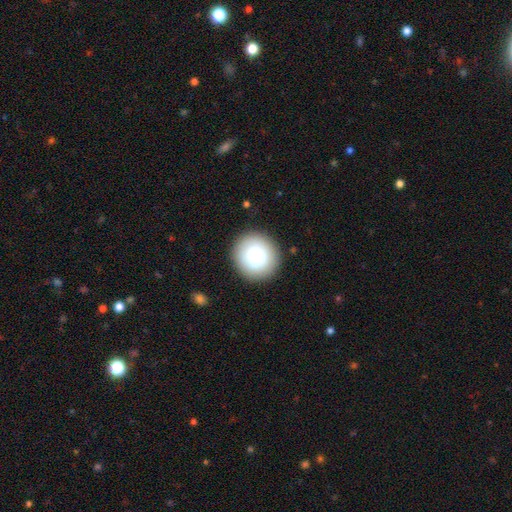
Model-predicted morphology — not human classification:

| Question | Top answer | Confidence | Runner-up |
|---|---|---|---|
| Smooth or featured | smooth | 75% | featured or disk (14%) |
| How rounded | round | 92% | in between (7%) |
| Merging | none | 89% | minor disturbance (7%) |